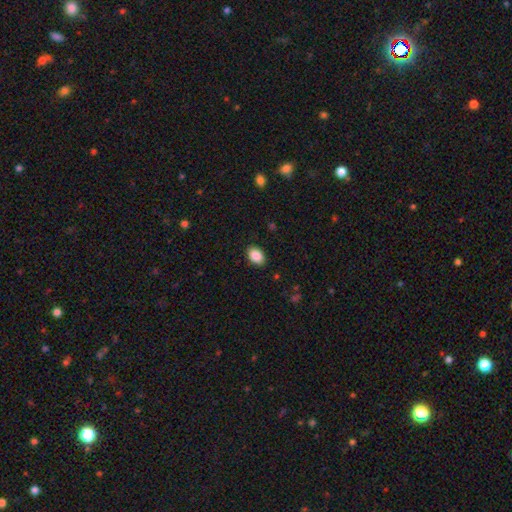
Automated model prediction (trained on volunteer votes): Smooth or featured? Predicted: smooth (p=0.89). How rounded? Predicted: in between (p=0.84). Merging? Predicted: none (p=0.89).